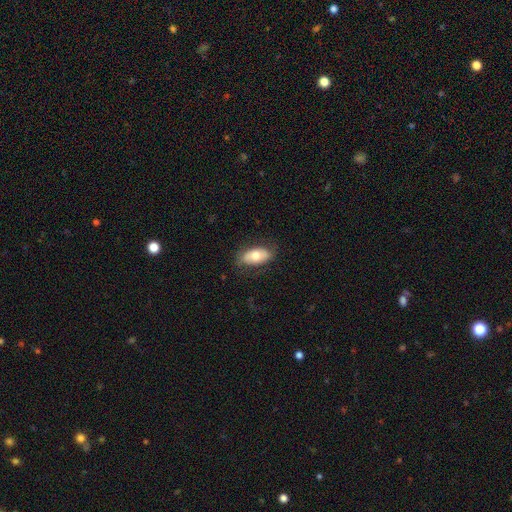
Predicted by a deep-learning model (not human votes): This appears to be a smooth galaxy with no disk features (67%) that is in between round and cigar-shaped (91%). Merging: none (80%).